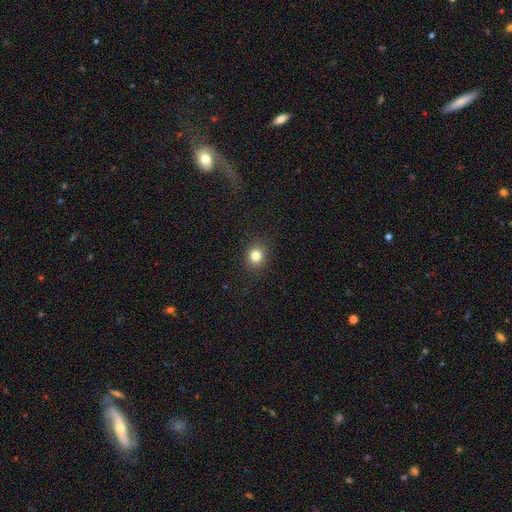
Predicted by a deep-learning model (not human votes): Morphology: type=smooth (82%); roundness=round (76%); merging=none (91%).